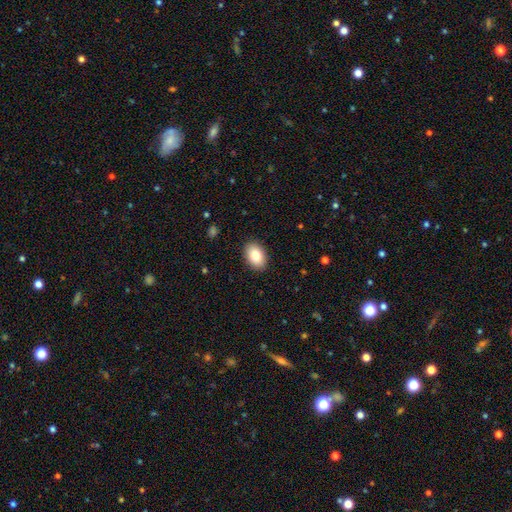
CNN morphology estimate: type=smooth (84%); roundness=in between (87%); merging=none (90%).